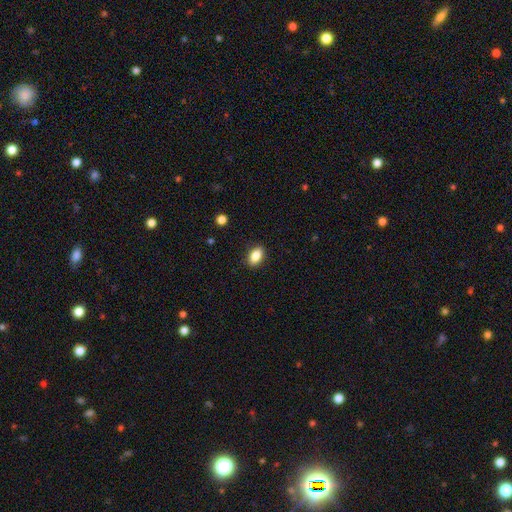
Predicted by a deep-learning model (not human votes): The model was most divided on "how rounded": in between: 87%, round: 11%, cigar-shaped: 2%. More confident: merging — none (89%); smooth or featured — smooth (86%).